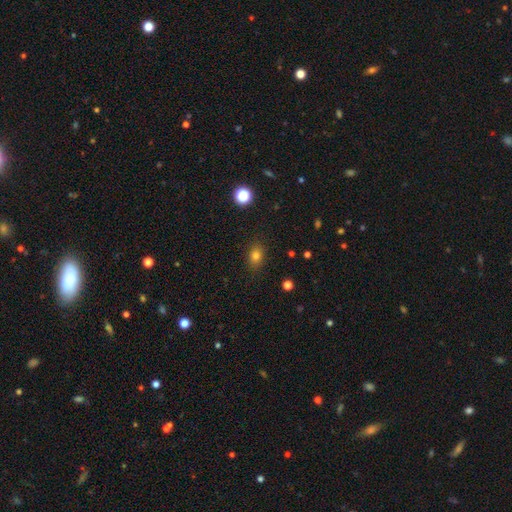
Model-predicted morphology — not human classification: Smooth or featured? Predicted: smooth (p=0.79). How rounded? Predicted: in between (p=0.64). Merging? Predicted: none (p=0.86).